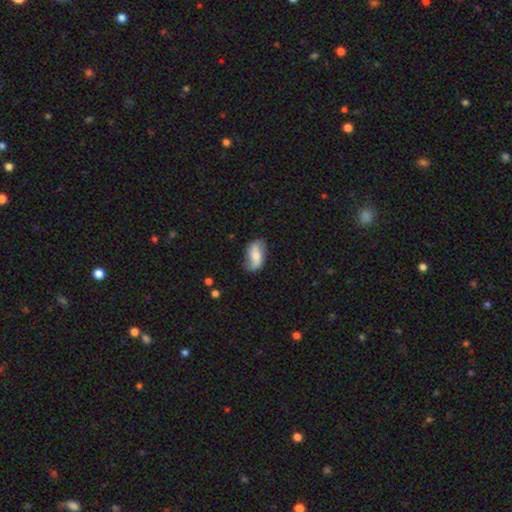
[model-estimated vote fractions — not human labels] Overall: featured or disk (51%; smooth 42%). Edge-on disk: no (93%). Merging: none (71%).